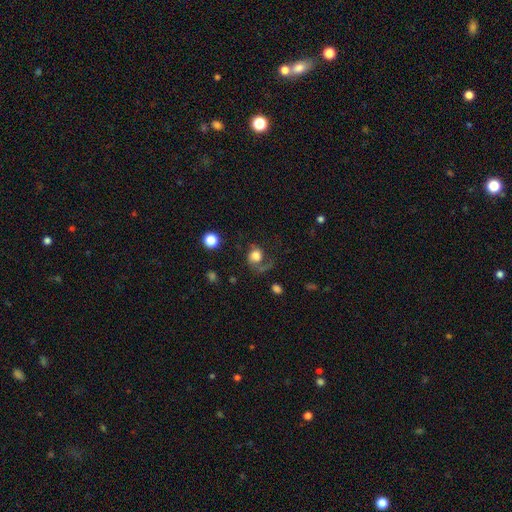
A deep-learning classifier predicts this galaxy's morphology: Smooth or featured: smooth — 55% (featured or disk — 34%)
How rounded: round — 70% (in between — 29%)
Merging: none — 39% (major disturbance — 38%)